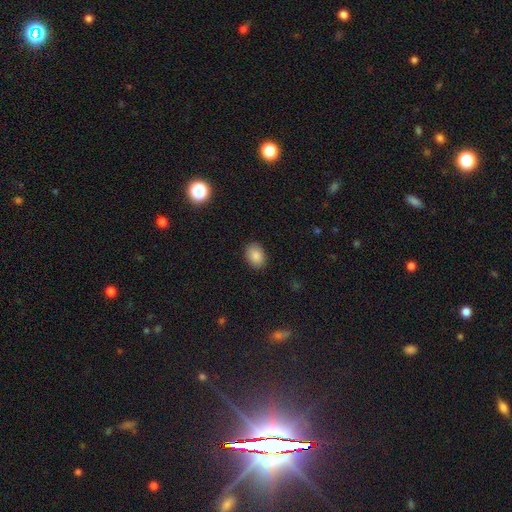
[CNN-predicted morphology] Q: Smooth or featured?
A: smooth (87%); runner-up: star or artifact (8%)
Q: How rounded?
A: in between (73%); runner-up: round (26%)
Q: Merging?
A: none (87%); runner-up: minor disturbance (10%)